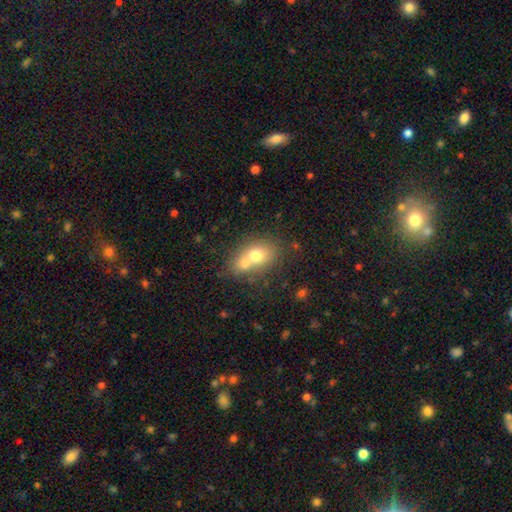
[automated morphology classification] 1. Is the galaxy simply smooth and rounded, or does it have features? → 67% smooth, 22% featured or disk, 10% star or artifact.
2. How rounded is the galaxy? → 57% in between, 41% round, 2% cigar-shaped.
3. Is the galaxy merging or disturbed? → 60% merger, 28% none, 8% minor disturbance, 4% major disturbance.